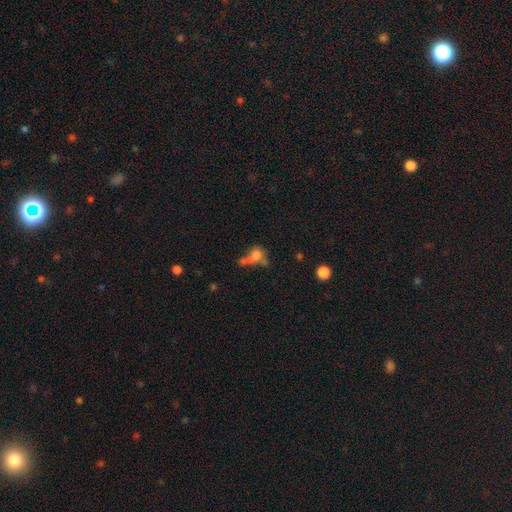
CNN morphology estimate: A smooth galaxy with no disk features (65%) that is round (54%). Merging: merger (44%).